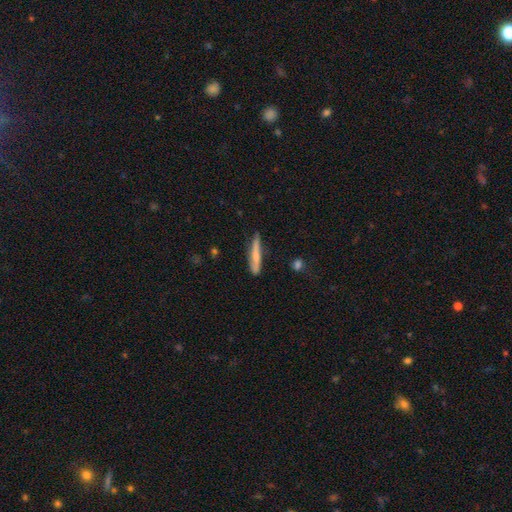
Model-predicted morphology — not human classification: Smooth or featured? Predicted: smooth (p=0.63). How rounded? Predicted: cigar-shaped (p=0.90). Merging? Predicted: none (p=0.68).